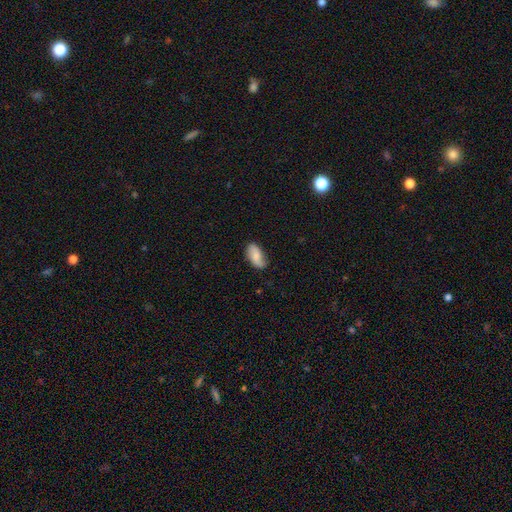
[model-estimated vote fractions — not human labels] Smooth or featured?
  - smooth: 70% *
  - featured or disk: 23%
  - star or artifact: 7%
How rounded?
  - in between: 92% *
  - cigar-shaped: 5%
  - round: 3%
Merging?
  - none: 70% *
  - minor disturbance: 24%
  - major disturbance: 5%
  - merger: 2%